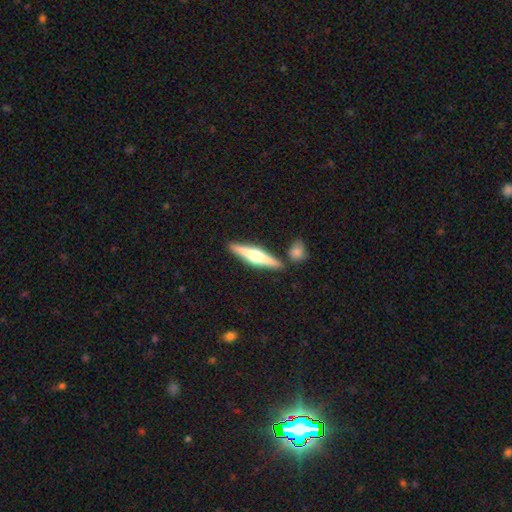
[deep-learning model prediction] A featured or disk galaxy (65%) viewed edge-on (97%) with a rounded central bulge (90%).

Vote fractions:
- Smooth or featured? featured or disk: 65% / smooth: 30% / star or artifact: 5%
- Edge-on disk? yes: 97% / no: 3%
- Edge-on bulge? rounded: 90% / boxy: 6% / none: 4%
- Merging? none: 84% / minor disturbance: 8% / merger: 6% / major disturbance: 2%